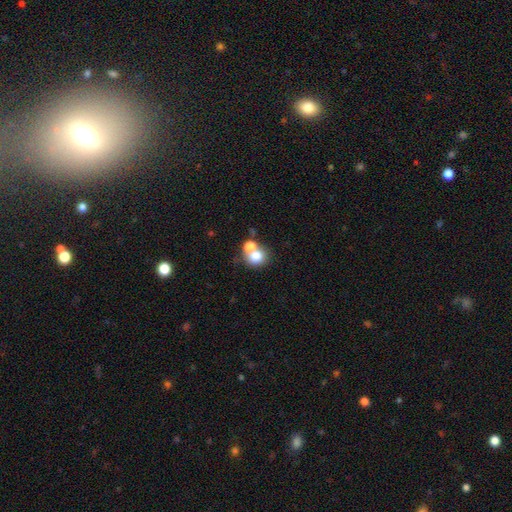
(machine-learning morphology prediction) smooth-or-featured: smooth: 74% | star or artifact: 13% | featured or disk: 13%
  how-rounded: round: 74% | in between: 25% | cigar-shaped: 1%
  merging: merger: 45% | none: 43% | minor disturbance: 8% | major disturbance: 4%